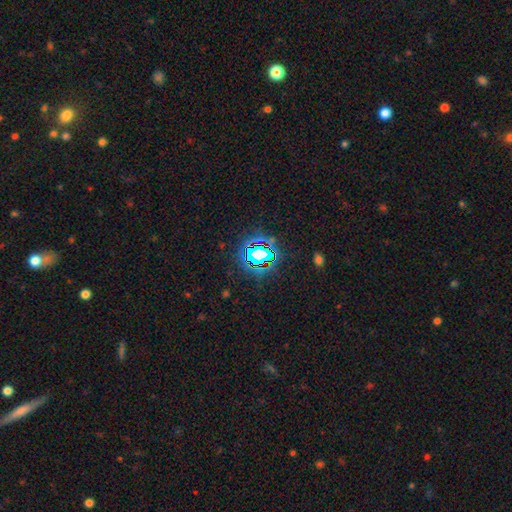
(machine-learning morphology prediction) This appears to be a star or artifact, not a galaxy (70%).